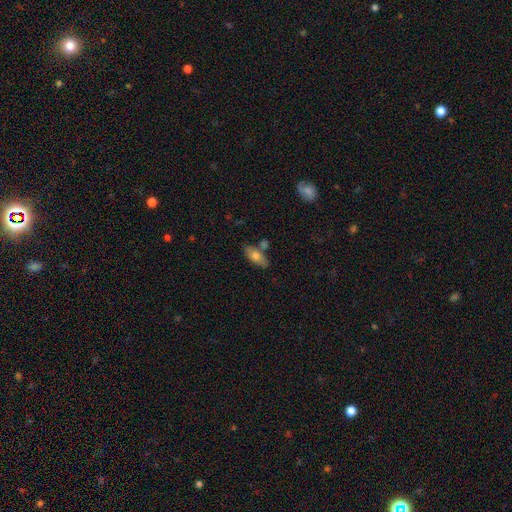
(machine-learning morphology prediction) Smooth or featured: smooth — 69% (featured or disk — 24%)
How rounded: in between — 83% (cigar-shaped — 13%)
Merging: none — 69% (minor disturbance — 14%)